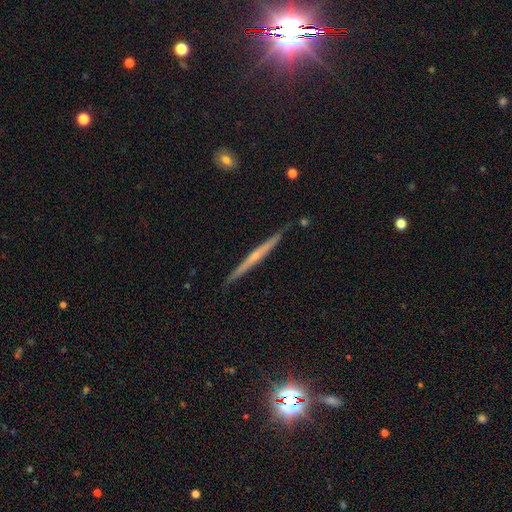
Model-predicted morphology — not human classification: Smooth or featured? featured or disk (70%)
Edge-on disk? yes (98%)
Edge-on bulge? none (48%)
Merging? none (89%)